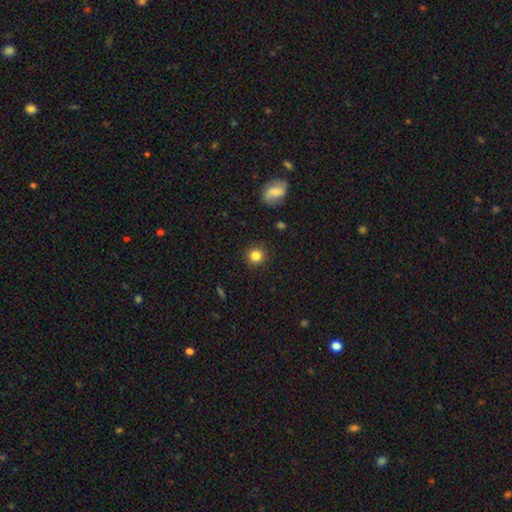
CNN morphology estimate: Smooth or featured?
  - smooth: 83% *
  - star or artifact: 11%
  - featured or disk: 6%
How rounded?
  - round: 93% *
  - in between: 6%
  - cigar-shaped: 1%
Merging?
  - none: 90% *
  - minor disturbance: 7%
  - major disturbance: 2%
  - merger: 1%